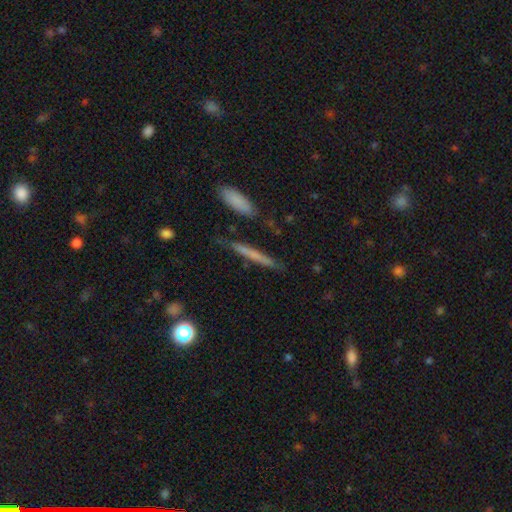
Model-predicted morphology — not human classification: The model was most divided on "smooth or featured": smooth: 57%, featured or disk: 36%, star or artifact: 7%. More confident: how rounded — cigar-shaped (93%); merging — none (83%).